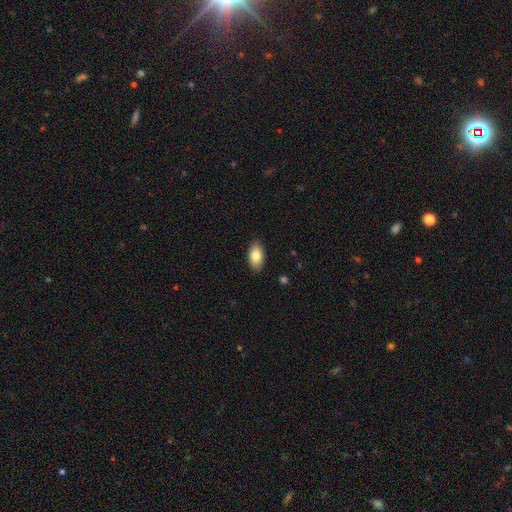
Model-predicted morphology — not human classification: This is clearly a smooth galaxy (84%). How rounded: clearly in between (93%). Merging: clearly none (89%).